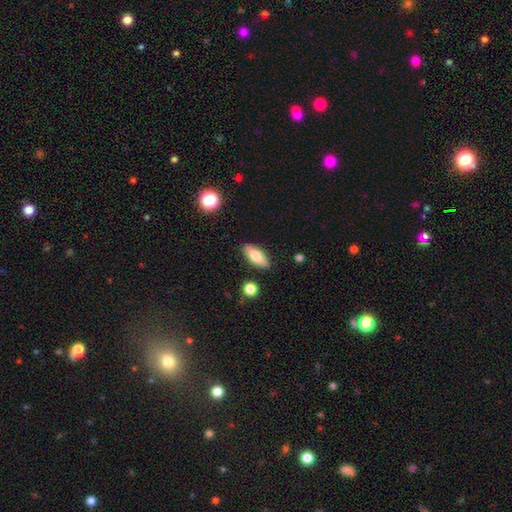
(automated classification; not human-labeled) The model was most divided on "smooth or featured": smooth: 70%, featured or disk: 23%, star or artifact: 7%. More confident: merging — none (85%); how rounded — in between (74%).